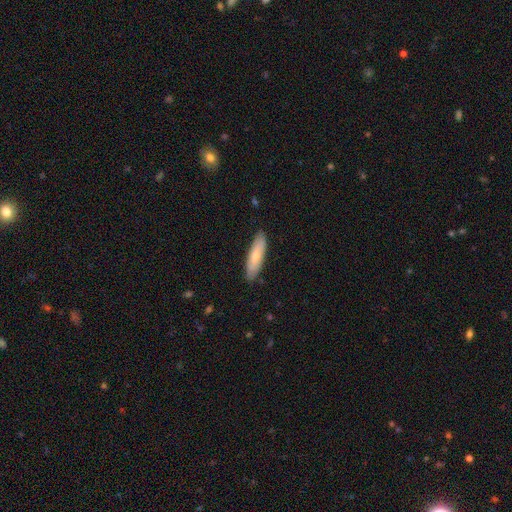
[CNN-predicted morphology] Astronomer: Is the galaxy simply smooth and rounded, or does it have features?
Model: smooth — 70%.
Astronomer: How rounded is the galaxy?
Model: cigar-shaped — 65%.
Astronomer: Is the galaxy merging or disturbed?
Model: none — 86%.